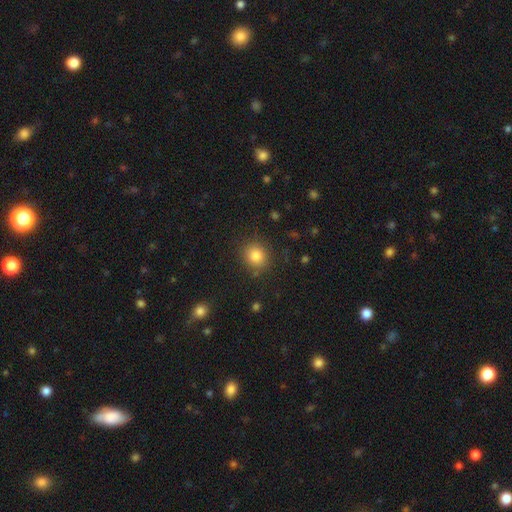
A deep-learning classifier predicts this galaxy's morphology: Q: Smooth or featured?
A: smooth (83%); runner-up: star or artifact (11%)
Q: How rounded?
A: round (81%); runner-up: in between (18%)
Q: Merging?
A: none (86%); runner-up: minor disturbance (9%)